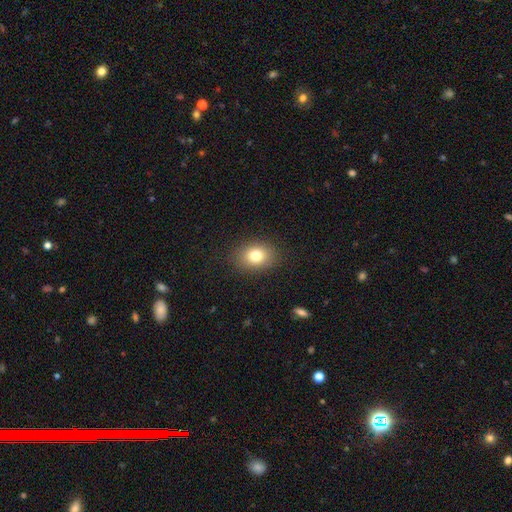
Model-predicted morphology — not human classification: smooth_or_featured: smooth (p=0.79) [alt: star or artifact p=0.11]
how_rounded: in between (p=0.61) [alt: round p=0.38]
merging: none (p=0.87) [alt: minor disturbance p=0.09]